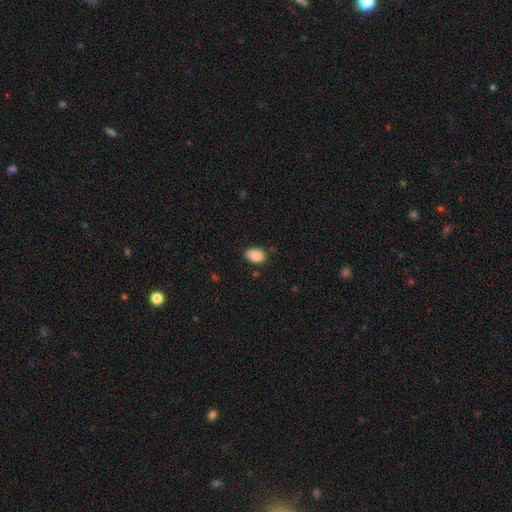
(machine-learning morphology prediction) This appears to be a smooth galaxy with no disk features (87%) that is in between round and cigar-shaped (81%). Merging: none (69%).